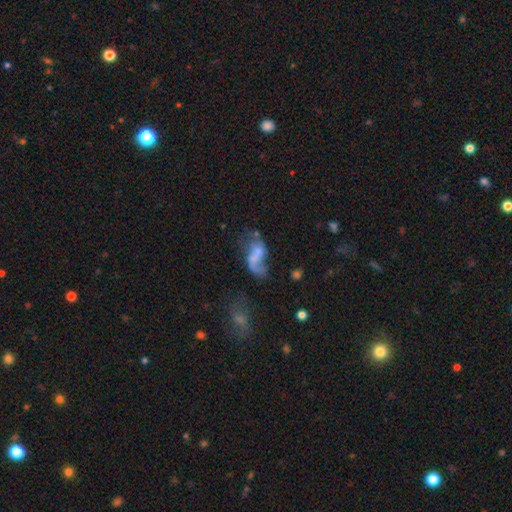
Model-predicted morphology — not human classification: smooth_or_featured: featured or disk (p=0.56) [alt: smooth p=0.32]
disk_edge_on: no (p=0.96) [alt: yes p=0.04]
bar: no (p=0.61) [alt: weak p=0.29]
has_spiral_arms: yes (p=0.63) [alt: no p=0.37]
bulge_size: none (p=0.43) [alt: small p=0.35]
merging: major disturbance (p=0.35) [alt: none p=0.27]